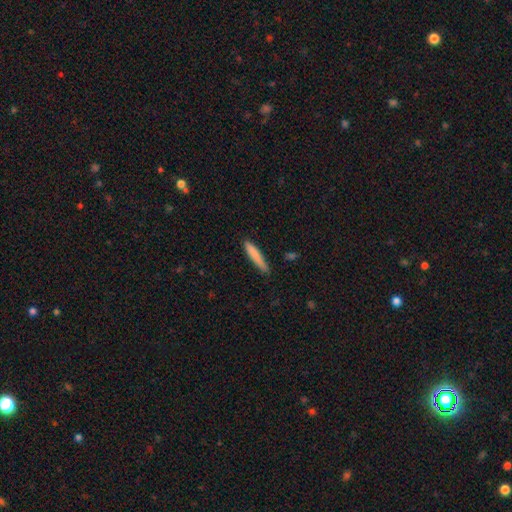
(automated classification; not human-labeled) Smooth or featured? smooth (82%)
How rounded? cigar-shaped (91%)
Merging? none (83%)